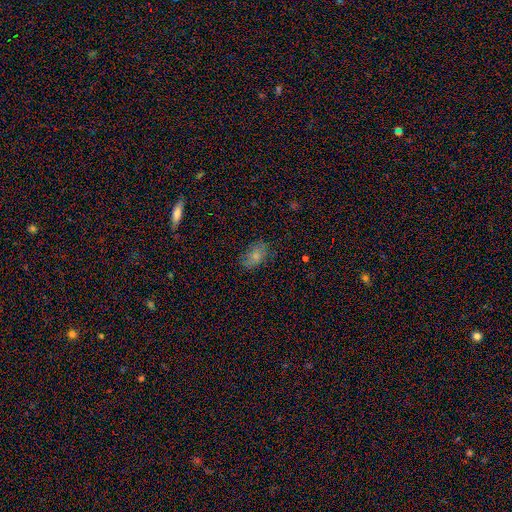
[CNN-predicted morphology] A smooth galaxy with no disk features (72%) that is in between round and cigar-shaped (87%).

Vote fractions:
- Smooth or featured? smooth: 72% / featured or disk: 14% / star or artifact: 14%
- How rounded? in between: 87% / round: 11% / cigar-shaped: 3%
- Merging? none: 67% / minor disturbance: 23% / major disturbance: 8% / merger: 2%